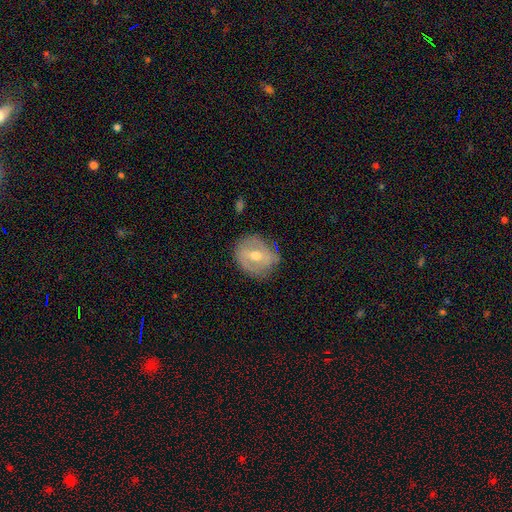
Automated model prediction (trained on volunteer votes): Smooth or featured? Predicted: featured or disk (p=0.56). Edge-on disk? Predicted: no (p=0.94). Bar? Predicted: weak (p=0.45). Spiral arms? Predicted: no (p=0.53). Bulge size? Predicted: moderate (p=0.72). Merging? Predicted: none (p=0.71).